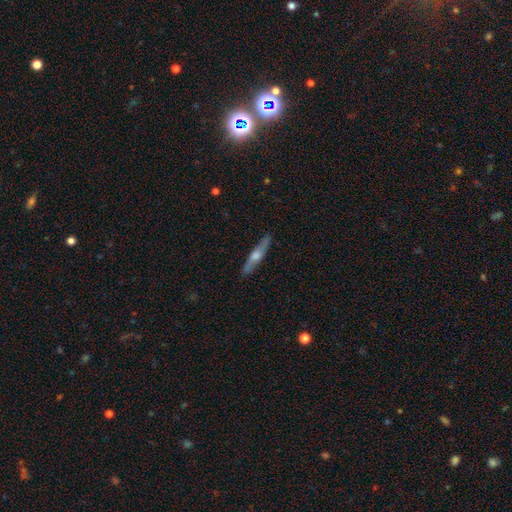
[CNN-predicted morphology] Overall: featured or disk (60%; smooth 34%). Edge-on disk: yes (92%). Edge-on bulge: rounded (89%). Merging: none (89%).